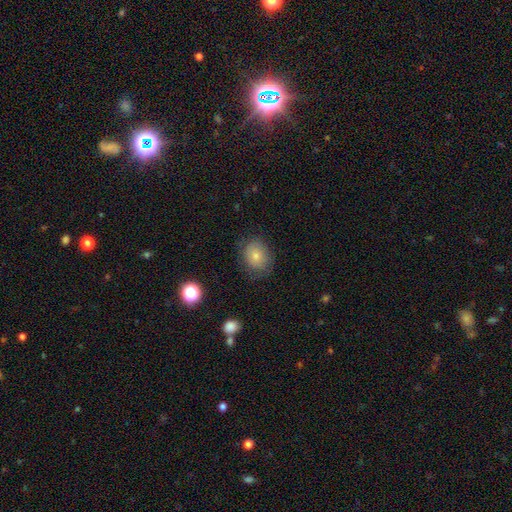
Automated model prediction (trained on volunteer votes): Overall: smooth (76%). How rounded: round (50%; in between 49%). Merging: none (73%).